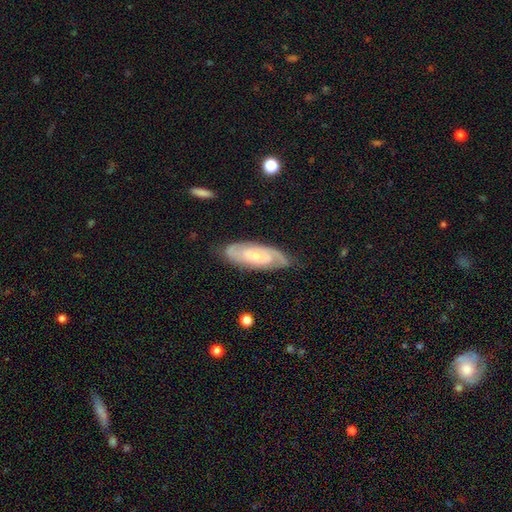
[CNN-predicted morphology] smooth-or-featured: featured or disk: 73% | smooth: 21% | star or artifact: 6%
  disk-edge-on: no: 90% | yes: 10%
    bar: no: 66% | weak: 27% | strong: 7%
    has-spiral-arms: yes: 92% | no: 8%
      spiral-winding: tight: 60% | medium: 32% | loose: 8%
      spiral-arm-count: 2: 60% | can't tell: 25% | 3: 6% | 1: 5% | 4: 2% | more than 4: 2%
    bulge-size: small: 73% | moderate: 19% | none: 6% | large: 2% | dominant: 1%
  merging: none: 76% | minor disturbance: 18% | major disturbance: 5% | merger: 1%